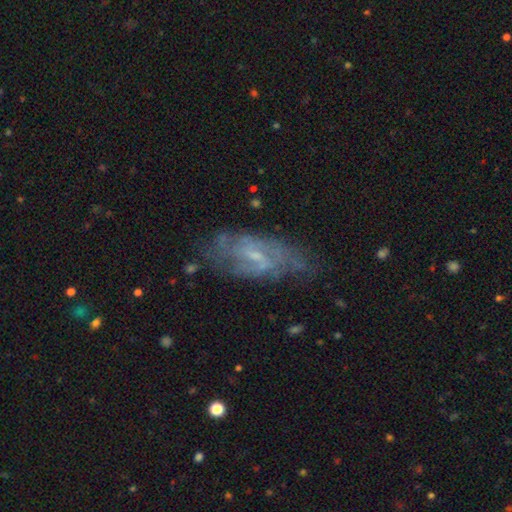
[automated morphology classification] This appears to be a featured or disk galaxy (74%) with a weak bar (56%), medium (42%) spiral arms (82%) and a small central bulge (63%). Merging: none (63%).